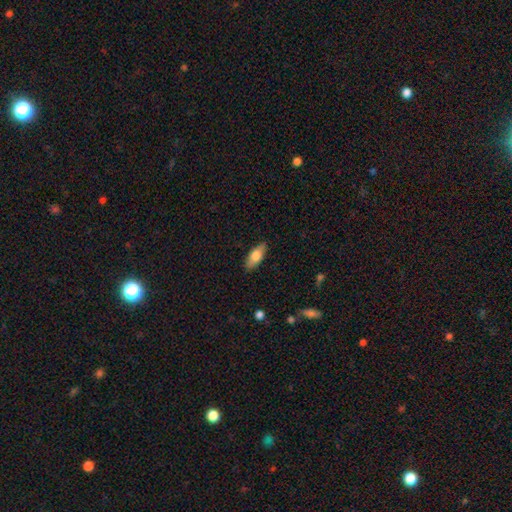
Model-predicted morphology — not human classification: The model was most divided on "smooth or featured": smooth: 75%, featured or disk: 19%, star or artifact: 6%. More confident: merging — none (86%); how rounded — in between (78%).